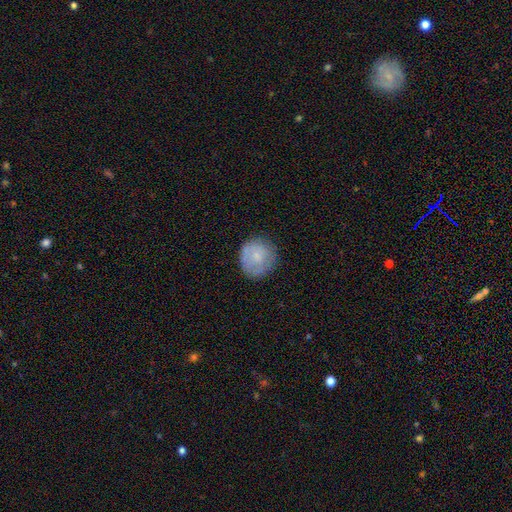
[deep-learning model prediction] Morphology: type=smooth (70%); roundness=round (92%); merging=none (78%).